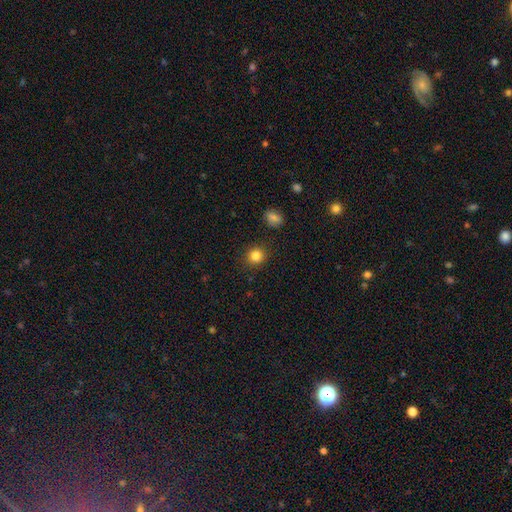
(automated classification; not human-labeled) Smooth or featured: smooth — 84% (star or artifact — 11%)
How rounded: round — 91% (in between — 8%)
Merging: none — 90% (minor disturbance — 6%)